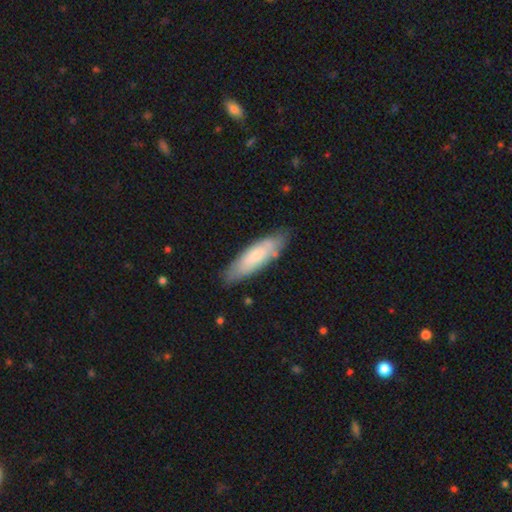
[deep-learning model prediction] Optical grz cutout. It shows a smooth galaxy with no disk features (70%) that is cigar-shaped (59%). Merging: none (81%).